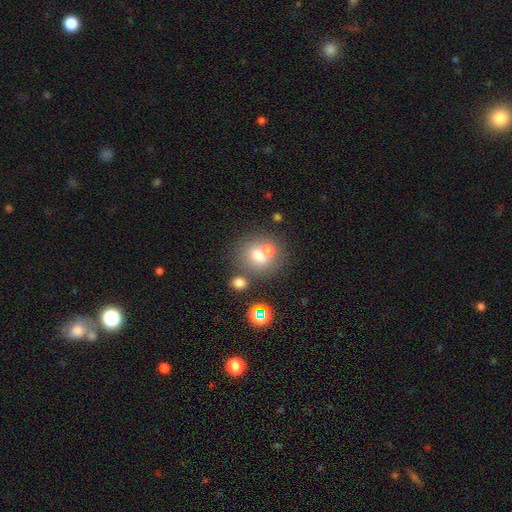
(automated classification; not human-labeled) smooth-or-featured: smooth: 63% | featured or disk: 20% | star or artifact: 16%
  how-rounded: round: 71% | in between: 28% | cigar-shaped: 1%
  merging: none: 50% | merger: 36% | minor disturbance: 10% | major disturbance: 5%